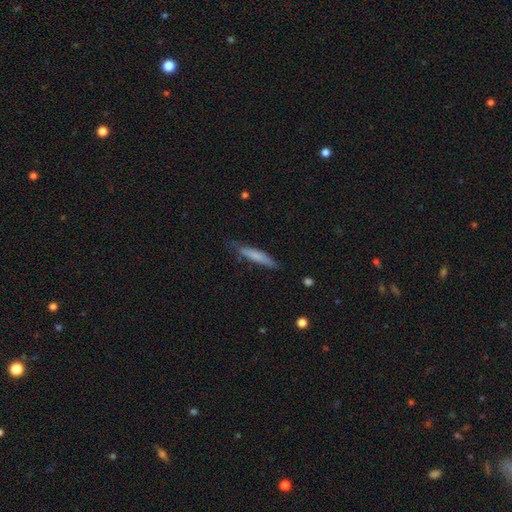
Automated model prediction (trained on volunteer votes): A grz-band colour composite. It shows a smooth galaxy with no disk features (70%) that is cigar-shaped (89%). Merging: none (73%).